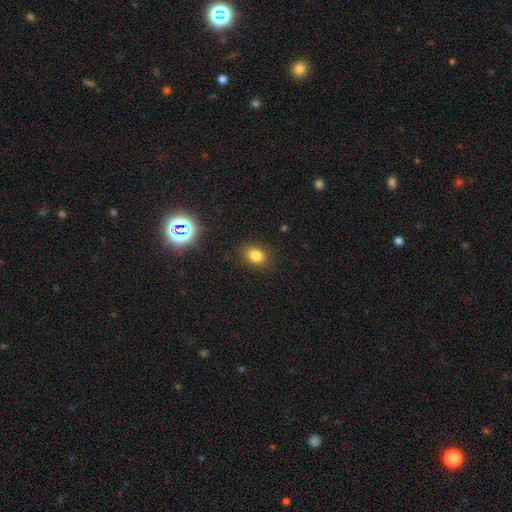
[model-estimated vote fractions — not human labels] Morphology: type=smooth (78%); roundness=in between (59%); merging=none (85%).